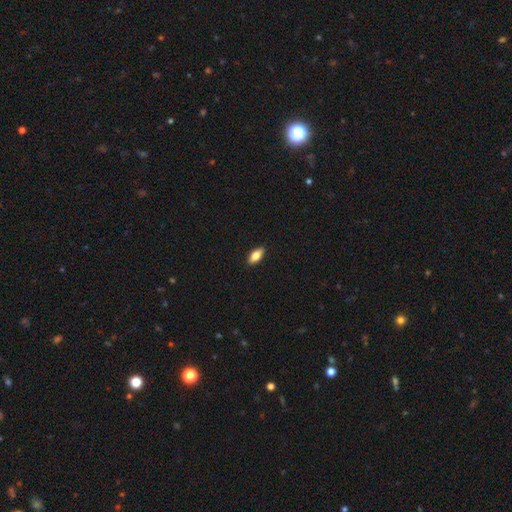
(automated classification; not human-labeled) Smooth or featured: smooth — 76% (featured or disk — 17%)
How rounded: in between — 84% (cigar-shaped — 13%)
Merging: none — 90% (minor disturbance — 8%)